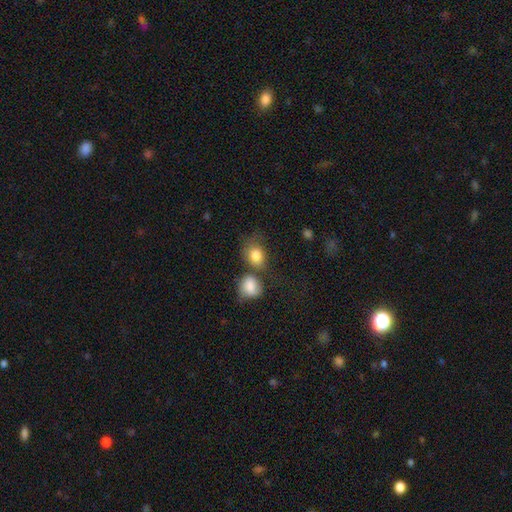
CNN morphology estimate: Smooth or featured?
  - smooth: 84% *
  - star or artifact: 8%
  - featured or disk: 8%
How rounded?
  - in between: 50% *
  - round: 48%
  - cigar-shaped: 1%
Merging?
  - none: 41% *
  - merger: 34%
  - minor disturbance: 16%
  - major disturbance: 8%